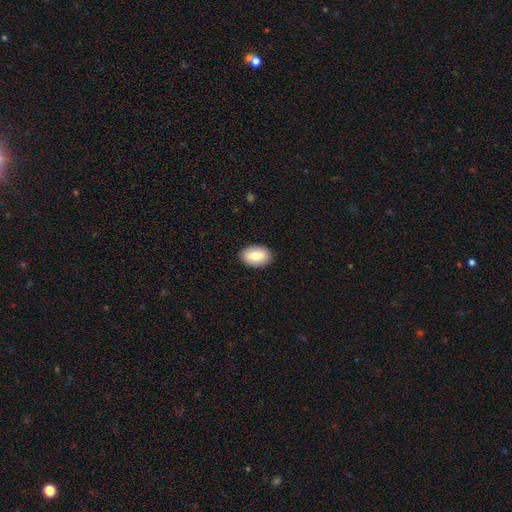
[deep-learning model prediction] Smooth or featured: smooth — 82% (featured or disk — 12%)
How rounded: in between — 89% (round — 10%)
Merging: none — 90% (minor disturbance — 7%)